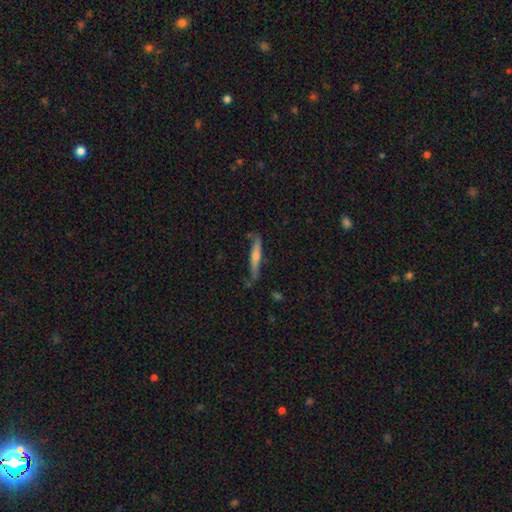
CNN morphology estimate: smooth 47%, featured or disk 46%, star or artifact 6%. Down the decision tree: merging — none (70%).